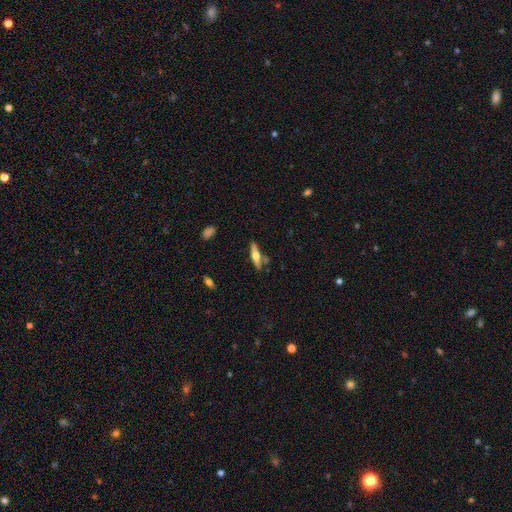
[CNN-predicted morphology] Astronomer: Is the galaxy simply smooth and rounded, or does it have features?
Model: featured or disk — 58% (runner-up: smooth, 36%).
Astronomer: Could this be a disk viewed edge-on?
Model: yes — 95%.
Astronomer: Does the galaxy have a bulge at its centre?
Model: rounded — 93%.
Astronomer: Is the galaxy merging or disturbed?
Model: none — 78%.